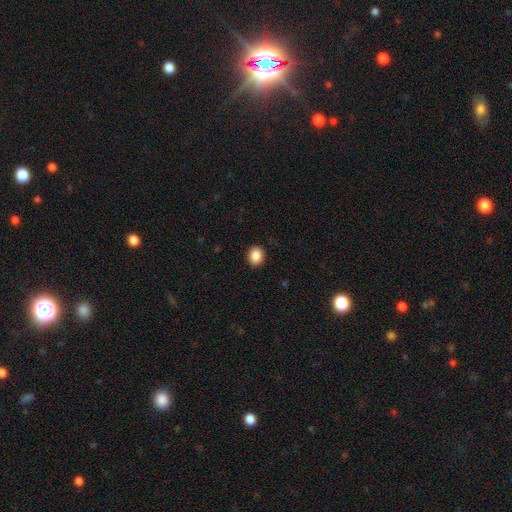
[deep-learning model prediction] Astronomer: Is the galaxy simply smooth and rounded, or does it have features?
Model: smooth — 88%.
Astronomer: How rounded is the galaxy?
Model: round — 59% (runner-up: in between, 40%).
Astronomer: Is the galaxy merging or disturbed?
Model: none — 91%.